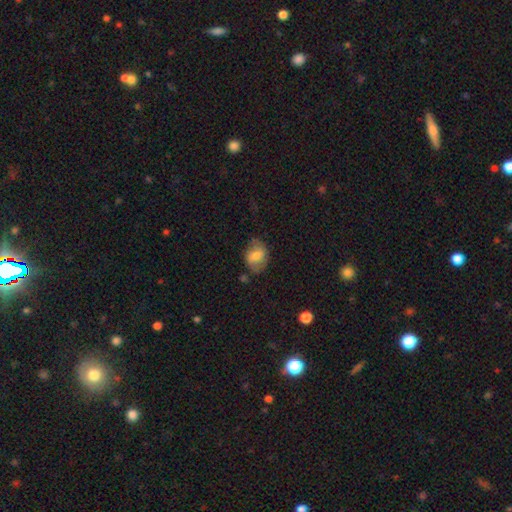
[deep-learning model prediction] A smooth galaxy with no disk features (65%) that is in between round and cigar-shaped (75%). Merging: none (68%).